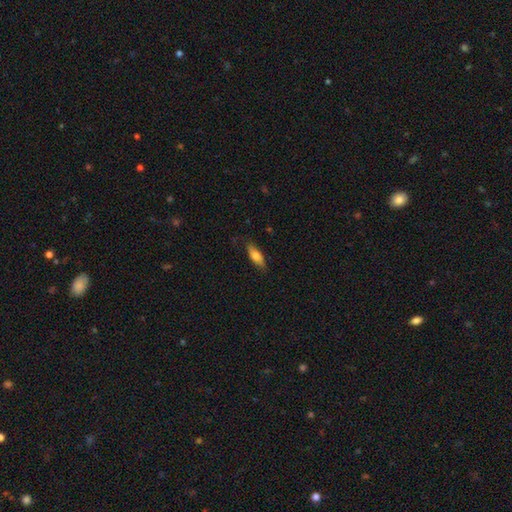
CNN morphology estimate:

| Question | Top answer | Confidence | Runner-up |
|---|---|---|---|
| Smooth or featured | smooth | 73% | featured or disk (20%) |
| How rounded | in between | 68% | cigar-shaped (30%) |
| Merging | none | 81% | minor disturbance (16%) |